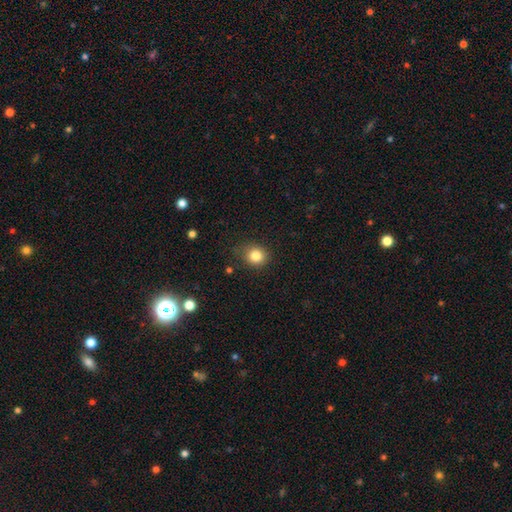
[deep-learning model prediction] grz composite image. It shows a smooth galaxy with no disk features (83%) that is round (79%). Merging: none (82%).